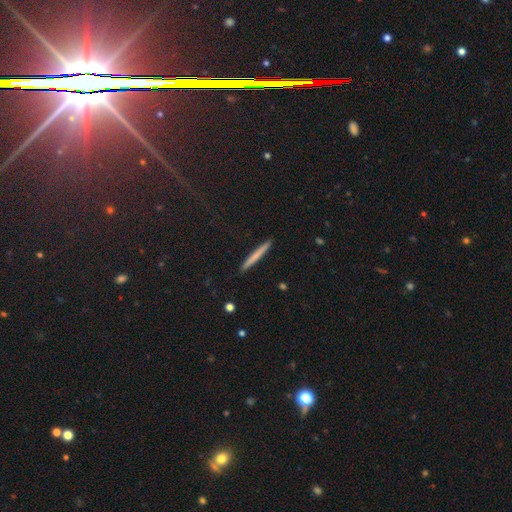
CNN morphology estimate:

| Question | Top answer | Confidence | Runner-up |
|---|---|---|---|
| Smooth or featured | smooth | 64% | featured or disk (29%) |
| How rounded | cigar-shaped | 97% | in between (2%) |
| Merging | none | 92% | minor disturbance (5%) |